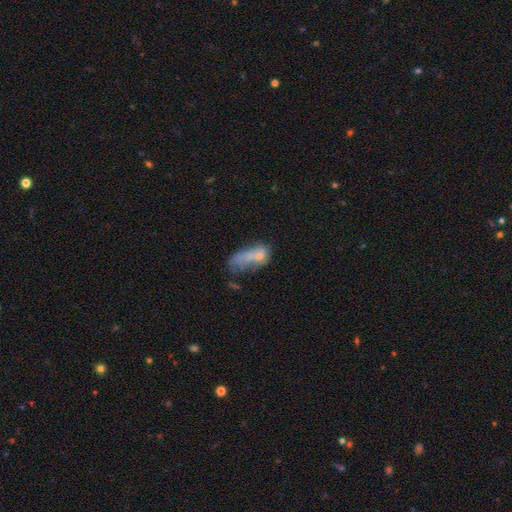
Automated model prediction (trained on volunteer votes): smooth_or_featured: smooth (p=0.58) [alt: featured or disk p=0.31]
how_rounded: in between (p=0.81) [alt: cigar-shaped p=0.10]
merging: major disturbance (p=0.42) [alt: merger p=0.23]